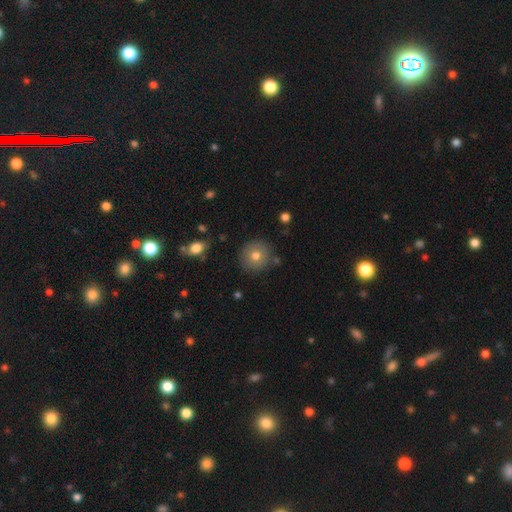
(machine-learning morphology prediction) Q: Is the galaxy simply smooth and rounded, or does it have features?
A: smooth — 75%.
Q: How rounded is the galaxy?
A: round — 93%.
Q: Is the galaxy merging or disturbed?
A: none — 85%.